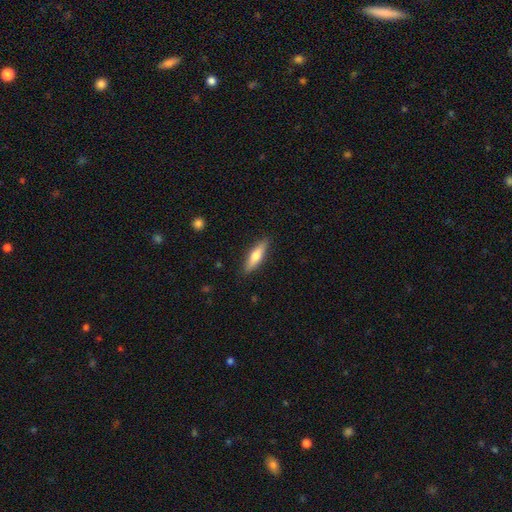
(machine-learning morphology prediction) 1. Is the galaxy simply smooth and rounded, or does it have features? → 61% smooth, 34% featured or disk, 6% star or artifact.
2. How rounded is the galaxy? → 64% cigar-shaped, 34% in between, 2% round.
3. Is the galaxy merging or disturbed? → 88% none, 9% minor disturbance, 2% major disturbance, 1% merger.